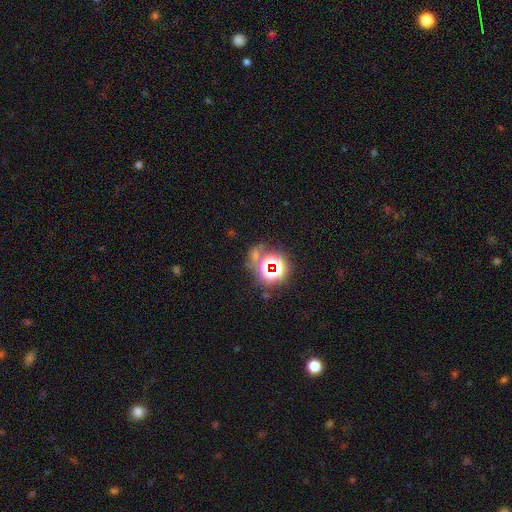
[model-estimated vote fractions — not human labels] Smooth or featured? Predicted: star or artifact (p=0.69).